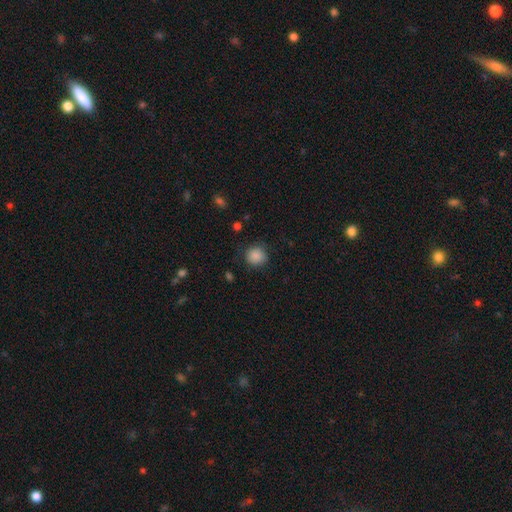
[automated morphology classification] Smooth or featured? smooth (87%)
How rounded? round (86%)
Merging? none (80%)